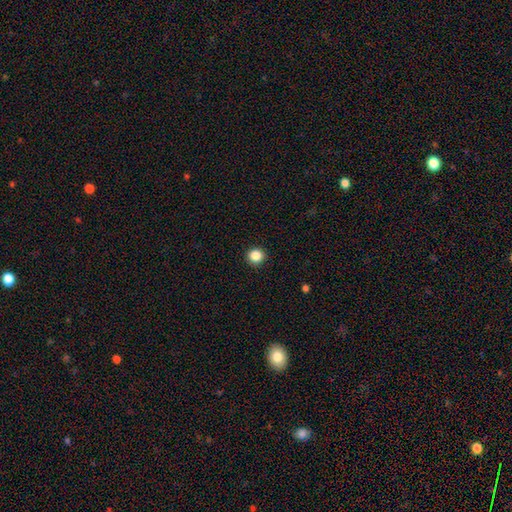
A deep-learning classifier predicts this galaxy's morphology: A smooth galaxy with no disk features (86%) that is round (94%). Merging: none (93%).